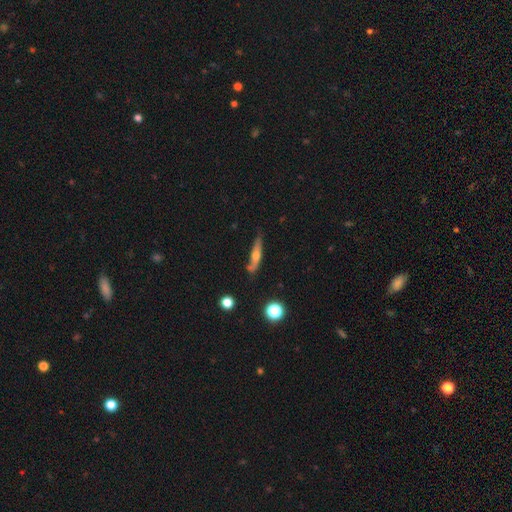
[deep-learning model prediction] Smooth or featured: featured or disk — 50% (smooth — 42%)
Merging: none — 68% (minor disturbance — 22%)